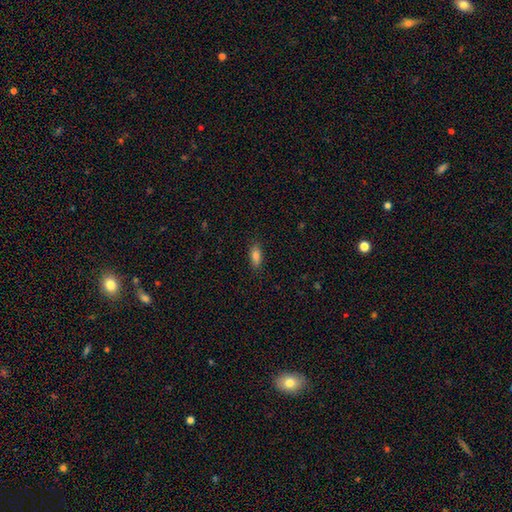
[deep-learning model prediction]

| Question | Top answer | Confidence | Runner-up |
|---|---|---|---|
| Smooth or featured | smooth | 85% | star or artifact (9%) |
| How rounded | in between | 80% | cigar-shaped (17%) |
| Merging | none | 85% | minor disturbance (11%) |